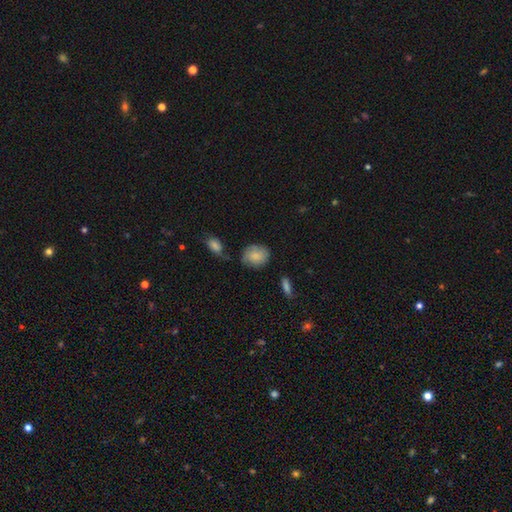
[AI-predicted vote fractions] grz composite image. It shows a smooth galaxy with no disk features (79%) that is round (54%). Merging: none (60%).